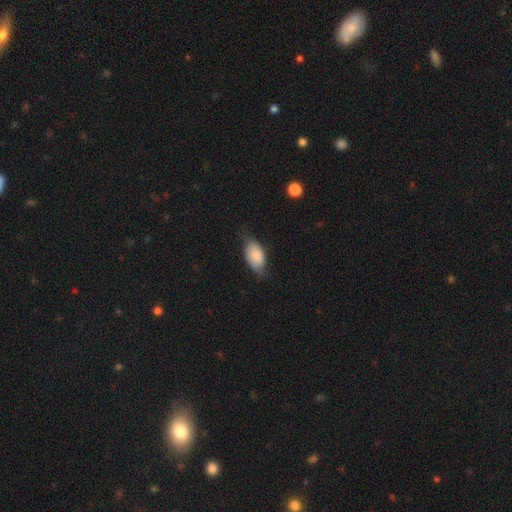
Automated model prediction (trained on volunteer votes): smooth-or-featured: smooth: 76% | featured or disk: 17% | star or artifact: 7%
  how-rounded: in between: 91% | round: 6% | cigar-shaped: 3%
  merging: none: 54% | minor disturbance: 35% | major disturbance: 10% | merger: 1%